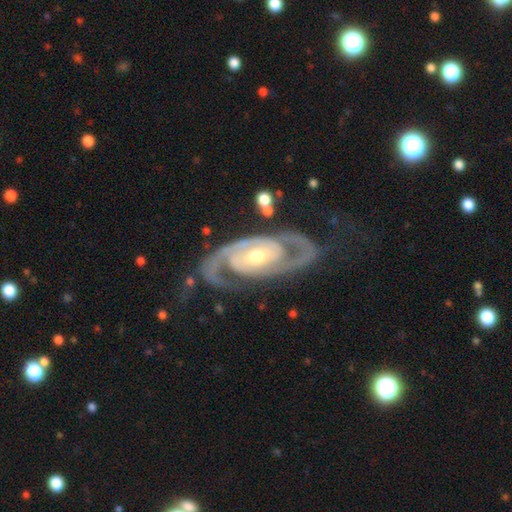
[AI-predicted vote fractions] A featured or disk galaxy (92%) with no bar (51%), 2 (91%) tight (53%) spiral arms (98%) and a moderate central bulge (58%). Merging: none (73%).